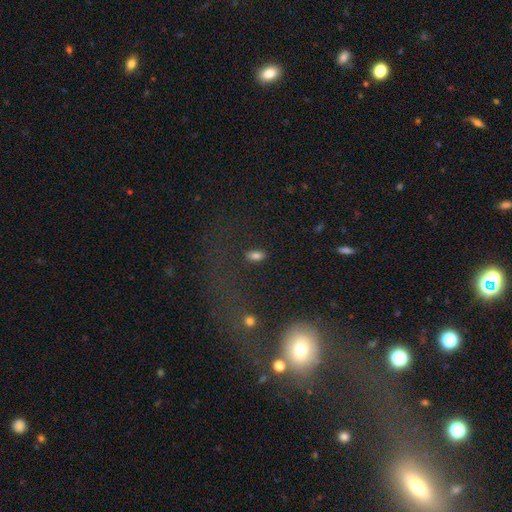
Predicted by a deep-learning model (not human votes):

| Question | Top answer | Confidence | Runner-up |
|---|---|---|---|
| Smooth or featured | smooth | 81% | star or artifact (12%) |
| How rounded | in between | 90% | round (6%) |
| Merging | none | 86% | minor disturbance (9%) |